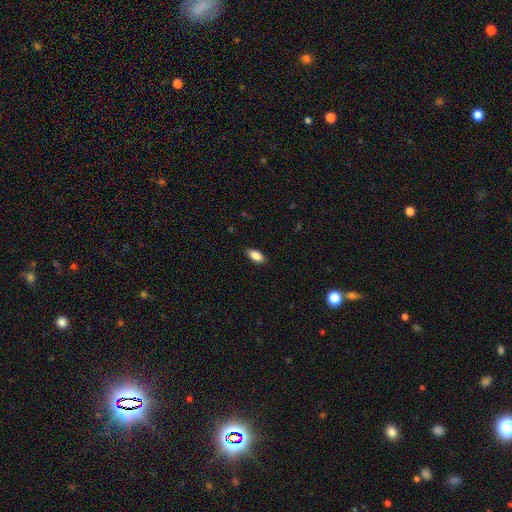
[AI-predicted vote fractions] smooth_or_featured: smooth (p=0.87) [alt: star or artifact p=0.07]
how_rounded: in between (p=0.88) [alt: cigar-shaped p=0.09]
merging: none (p=0.87) [alt: minor disturbance p=0.10]